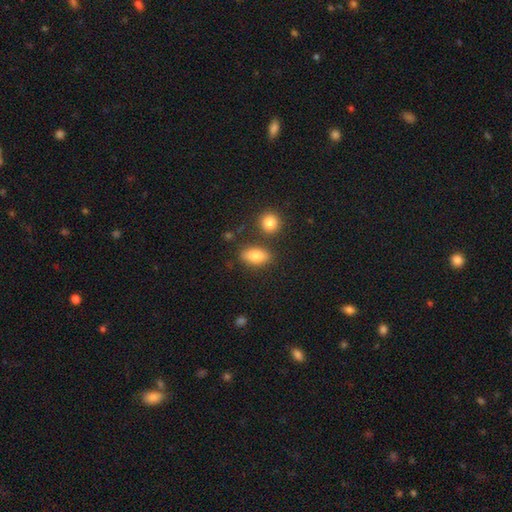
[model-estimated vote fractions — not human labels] Smooth or featured? Predicted: smooth (p=0.82). How rounded? Predicted: in between (p=0.86). Merging? Predicted: none (p=0.78).